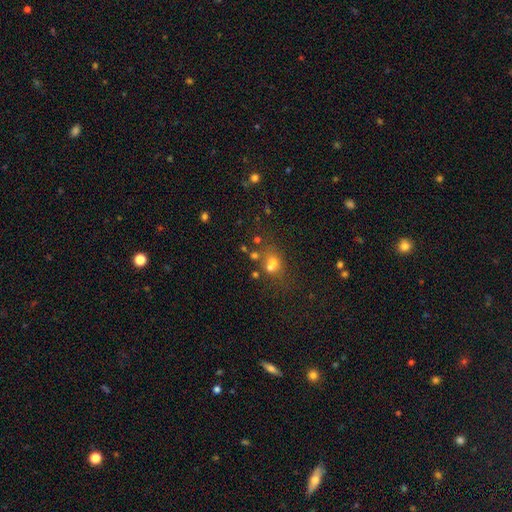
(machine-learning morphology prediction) Smooth or featured: smooth — 50% (star or artifact — 32%)
How rounded: round — 52% (in between — 44%)
Merging: none — 51% (merger — 30%)